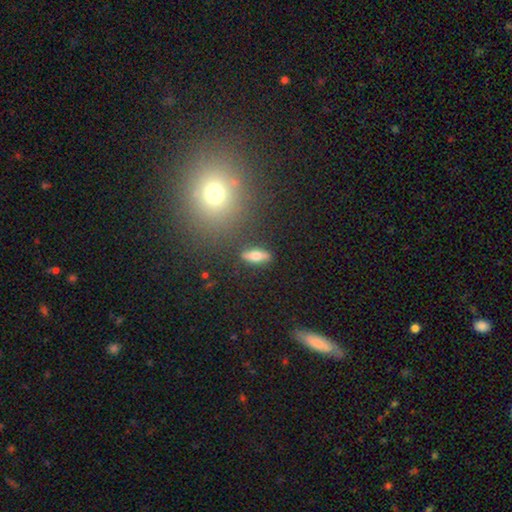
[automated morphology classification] Smooth or featured? Predicted: smooth (p=0.61). How rounded? Predicted: in between (p=0.57). Merging? Predicted: none (p=0.85).